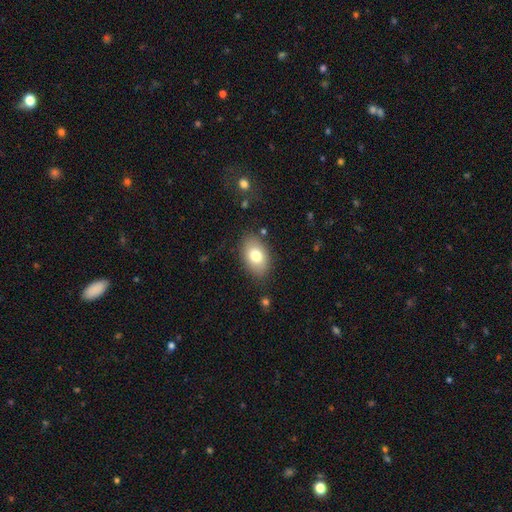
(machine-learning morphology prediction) smooth 76%, featured or disk 16%, star or artifact 8%. Down the decision tree: how rounded — in between (88%); merging — none (83%).